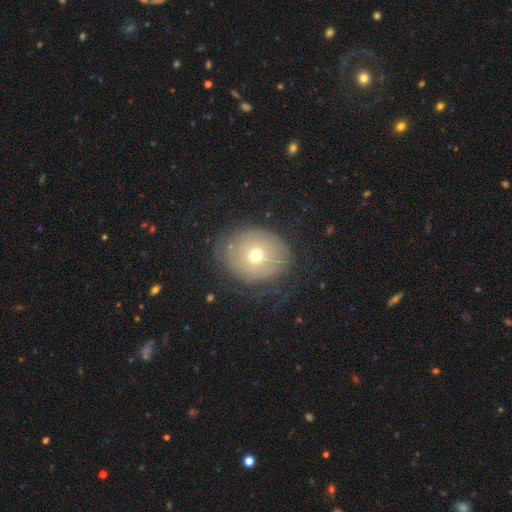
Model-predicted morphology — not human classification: smooth 55%, featured or disk 34%, star or artifact 11%. Down the decision tree: how rounded — round (74%); merging — none (61%).